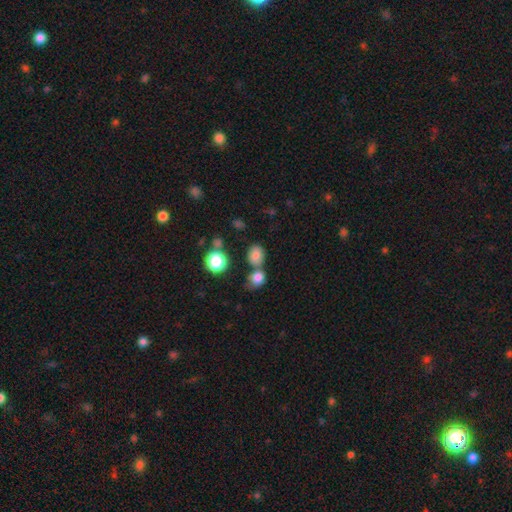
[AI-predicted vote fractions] Q: Smooth or featured?
A: smooth (79%); runner-up: star or artifact (14%)
Q: How rounded?
A: in between (50%); runner-up: round (49%)
Q: Merging?
A: none (57%); runner-up: merger (27%)